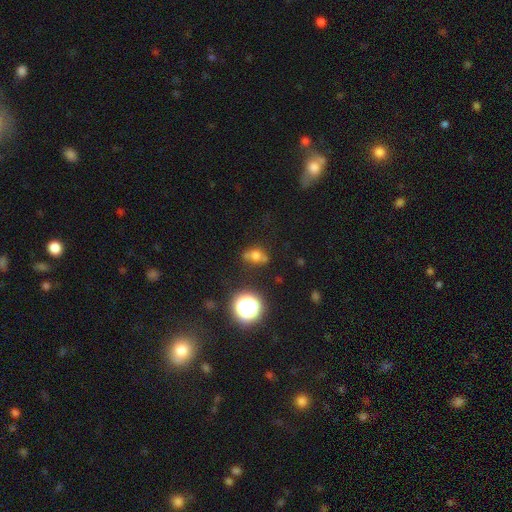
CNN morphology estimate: A smooth galaxy with no disk features (56%) that is round (51%). Merging: none (55%).